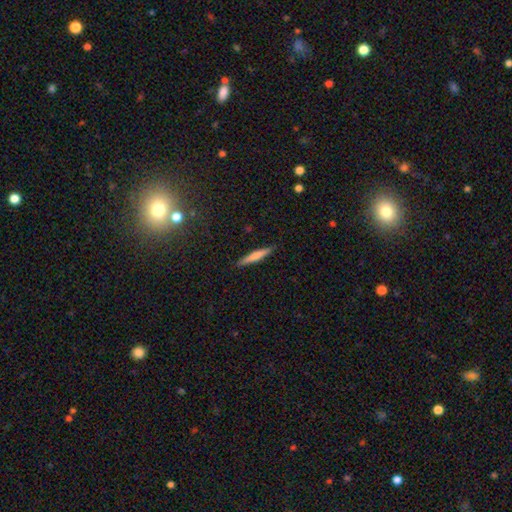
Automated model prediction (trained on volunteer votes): Smooth or featured: smooth — 65% (featured or disk — 28%)
How rounded: cigar-shaped — 94% (in between — 5%)
Merging: none — 90% (minor disturbance — 7%)